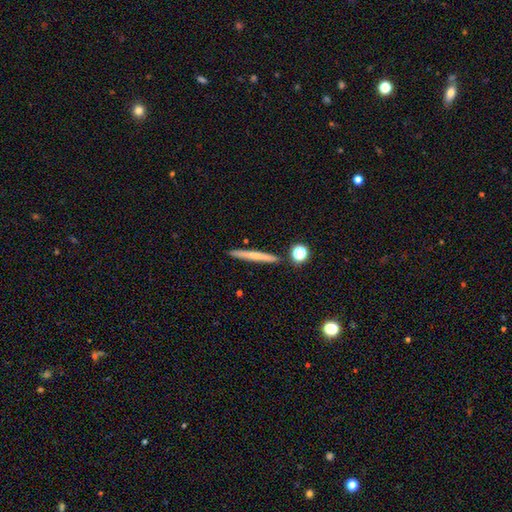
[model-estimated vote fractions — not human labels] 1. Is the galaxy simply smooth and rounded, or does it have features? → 58% smooth, 34% featured or disk, 8% star or artifact.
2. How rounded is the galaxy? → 95% cigar-shaped, 3% in between, 2% round.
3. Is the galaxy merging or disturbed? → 88% none, 7% minor disturbance, 3% merger, 2% major disturbance.